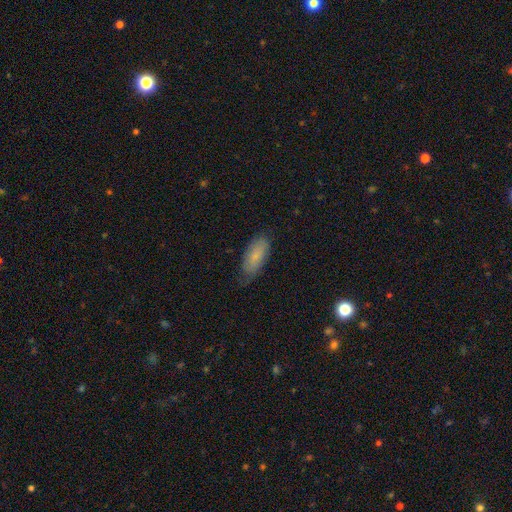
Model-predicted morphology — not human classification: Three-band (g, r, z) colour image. It shows a smooth galaxy with no disk features (76%) that is in between round and cigar-shaped (83%). Merging: none (67%).